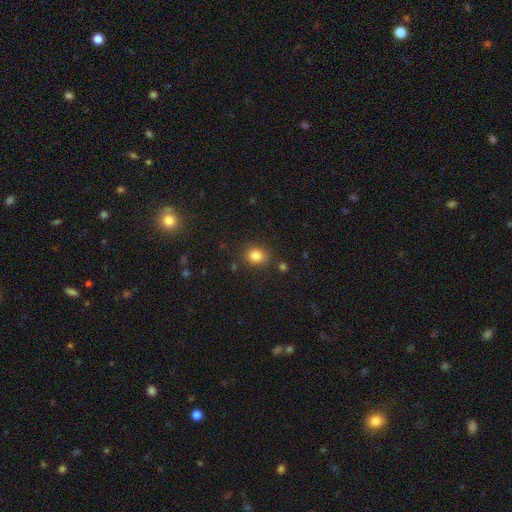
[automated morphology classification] Q: Smooth or featured?
A: smooth (84%); runner-up: star or artifact (11%)
Q: How rounded?
A: round (67%); runner-up: in between (32%)
Q: Merging?
A: none (82%); runner-up: minor disturbance (11%)